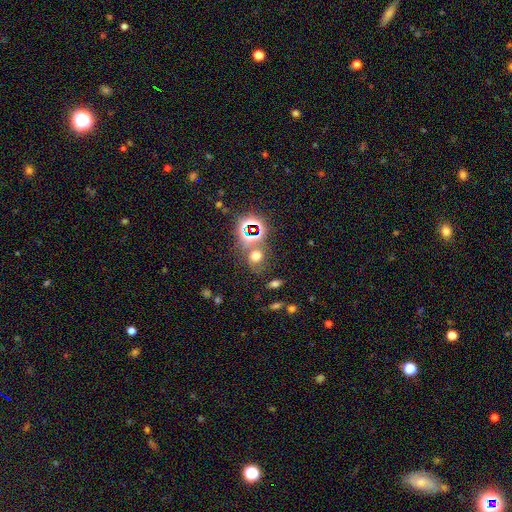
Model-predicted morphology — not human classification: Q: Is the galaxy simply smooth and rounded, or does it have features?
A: smooth — 51%.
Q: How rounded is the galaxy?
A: round — 61%.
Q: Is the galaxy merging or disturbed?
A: none — 61%.